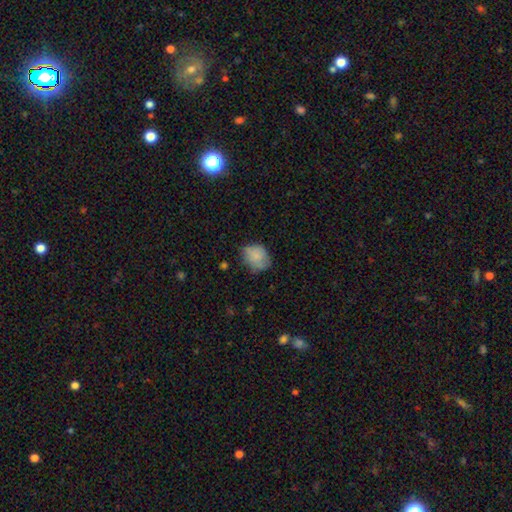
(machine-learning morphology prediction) A smooth galaxy with no disk features (77%) that is round (53%).

Vote fractions:
- Smooth or featured? smooth: 77% / featured or disk: 14% / star or artifact: 9%
- How rounded? round: 53% / in between: 46% / cigar-shaped: 1%
- Merging? none: 56% / minor disturbance: 33% / major disturbance: 9% / merger: 2%